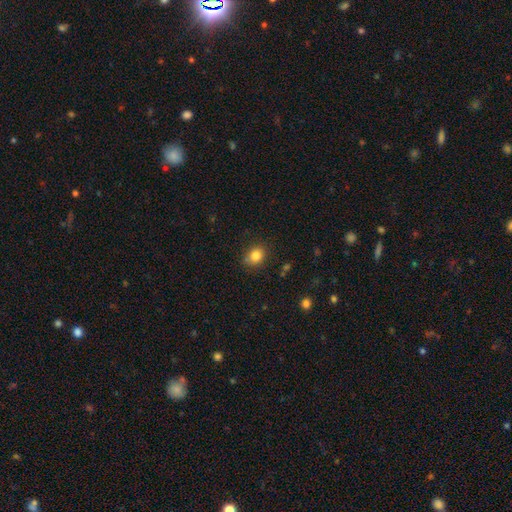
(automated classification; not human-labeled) A smooth galaxy with no disk features (84%) that is round (56%).

Vote fractions:
- Smooth or featured? smooth: 84% / star or artifact: 11% / featured or disk: 6%
- How rounded? round: 56% / in between: 43% / cigar-shaped: 1%
- Merging? none: 80% / minor disturbance: 15% / major disturbance: 3% / merger: 2%